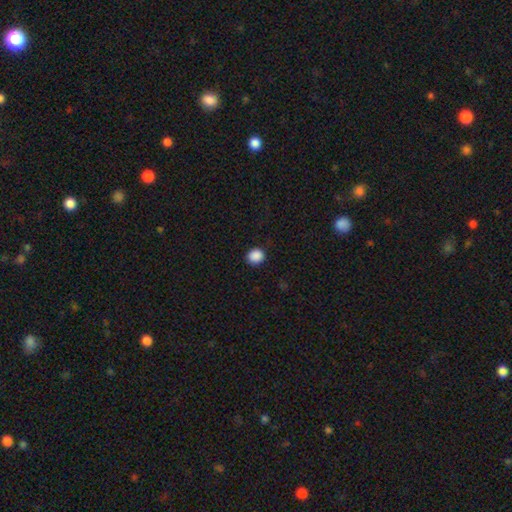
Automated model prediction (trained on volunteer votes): Overall: smooth (89%). How rounded: round (84%). Merging: none (91%).